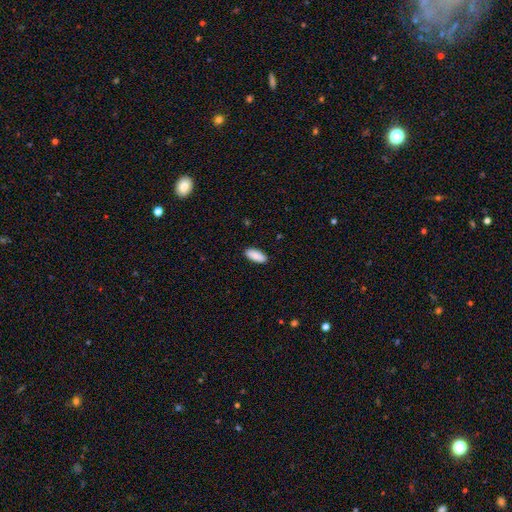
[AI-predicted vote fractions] smooth_or_featured: smooth (p=0.90) [alt: star or artifact p=0.06]
how_rounded: in between (p=0.84) [alt: cigar-shaped p=0.14]
merging: none (p=0.89) [alt: minor disturbance p=0.08]